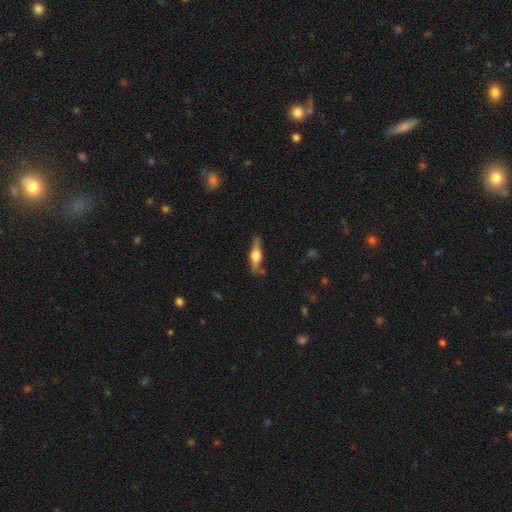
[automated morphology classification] Q: Smooth or featured?
A: featured or disk (62%); runner-up: smooth (32%)
Q: Edge-on disk?
A: yes (95%); runner-up: no (5%)
Q: Edge-on bulge?
A: rounded (94%); runner-up: boxy (4%)
Q: Merging?
A: none (84%); runner-up: minor disturbance (11%)